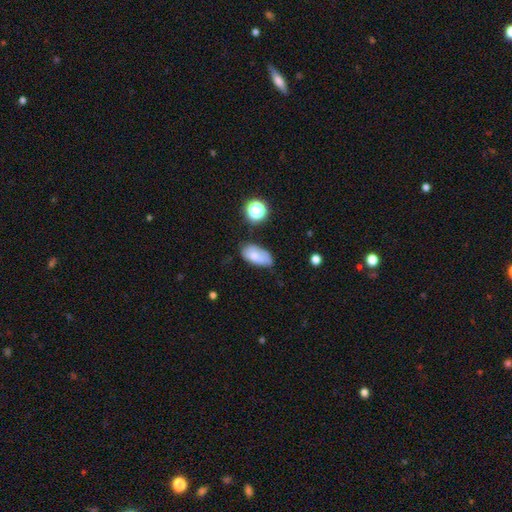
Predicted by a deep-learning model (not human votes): Smooth or featured: smooth — 73% (featured or disk — 17%)
How rounded: in between — 92% (round — 5%)
Merging: none — 46% (minor disturbance — 37%)